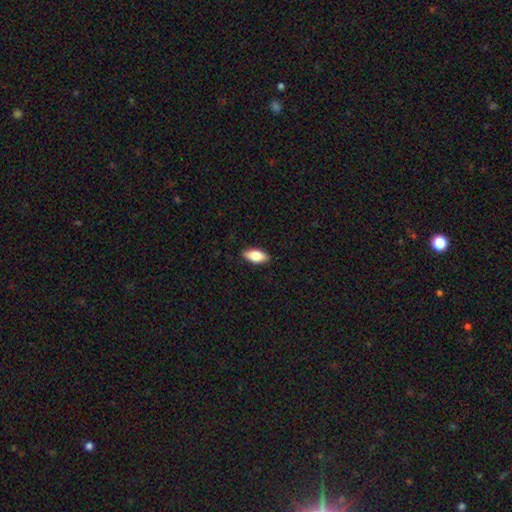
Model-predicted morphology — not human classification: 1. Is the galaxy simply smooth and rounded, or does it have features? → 80% smooth, 13% featured or disk, 6% star or artifact.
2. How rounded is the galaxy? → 89% in between, 8% cigar-shaped, 3% round.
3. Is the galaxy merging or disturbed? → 88% none, 9% minor disturbance, 2% major disturbance, 1% merger.